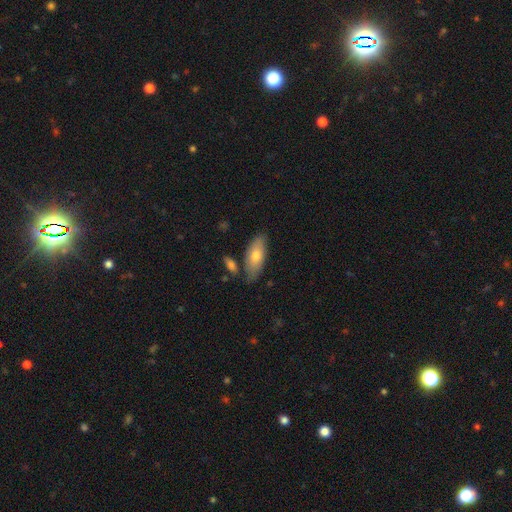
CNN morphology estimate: This appears to be a smooth galaxy with no disk features (71%) that is in between round and cigar-shaped (83%). Merging: none (74%).